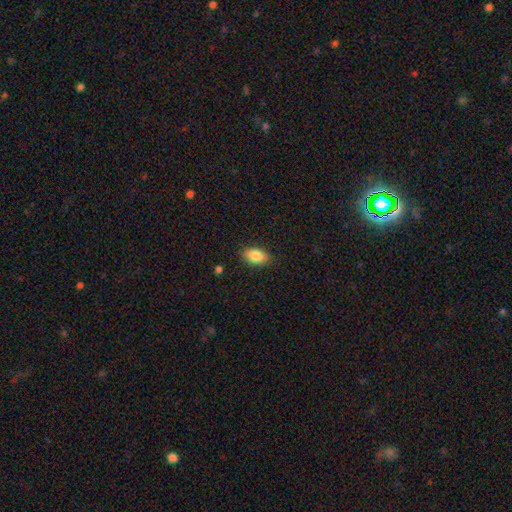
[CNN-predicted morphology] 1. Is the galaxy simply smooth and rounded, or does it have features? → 86% smooth, 7% star or artifact, 7% featured or disk.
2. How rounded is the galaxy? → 90% in between, 7% round, 3% cigar-shaped.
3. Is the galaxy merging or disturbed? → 87% none, 10% minor disturbance, 2% major disturbance, 1% merger.